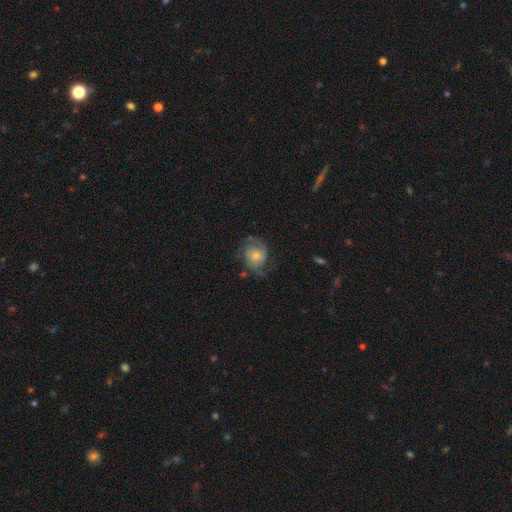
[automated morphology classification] type=featured or disk (55%); edge-on=no (97%); bar=no (74%); spiral arms=yes (85%); bulge=small (43%); merging=none (55%).